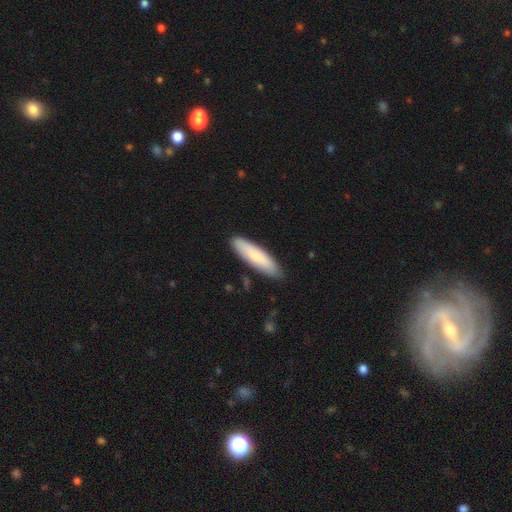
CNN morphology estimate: type=smooth (78%); roundness=cigar-shaped (67%); merging=none (88%).